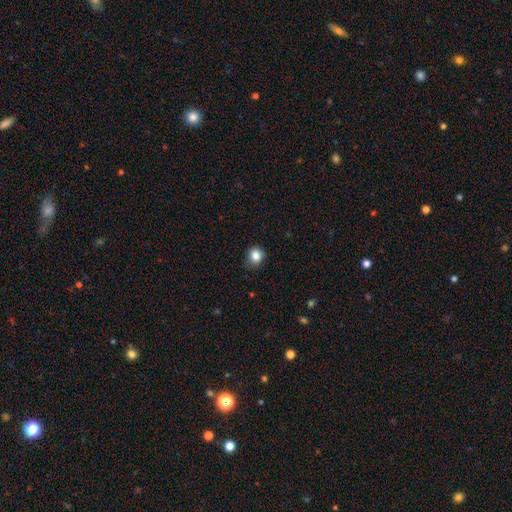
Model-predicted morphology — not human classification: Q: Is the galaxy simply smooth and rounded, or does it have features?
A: smooth — 84%.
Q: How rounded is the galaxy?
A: round — 81%.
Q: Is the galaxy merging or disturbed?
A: none — 84%.